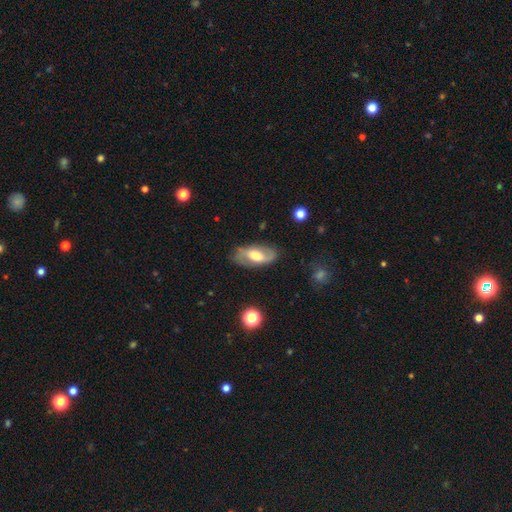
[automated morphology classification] Smooth or featured? featured or disk (56%)
Edge-on disk? no (89%)
Merging? none (72%)